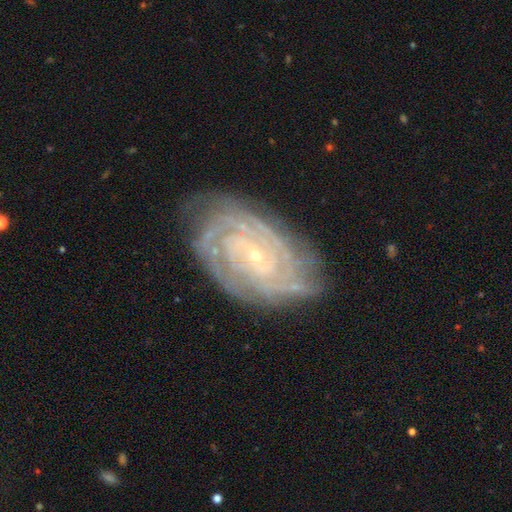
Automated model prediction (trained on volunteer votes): Smooth or featured? Predicted: featured or disk (p=0.89). Edge-on disk? Predicted: no (p=0.96). Bar? Predicted: no (p=0.56). Spiral arms? Predicted: yes (p=0.98). Spiral winding? Predicted: tight (p=0.81). Spiral arm count? Predicted: can't tell (p=0.25). Bulge size? Predicted: small (p=0.82). Merging? Predicted: none (p=0.77).